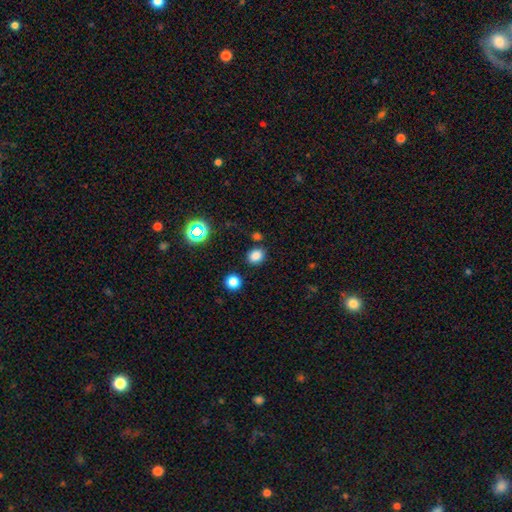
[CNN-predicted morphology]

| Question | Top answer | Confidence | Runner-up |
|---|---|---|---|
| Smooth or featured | smooth | 81% | star or artifact (15%) |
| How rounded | round | 58% | in between (41%) |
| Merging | none | 82% | minor disturbance (10%) |